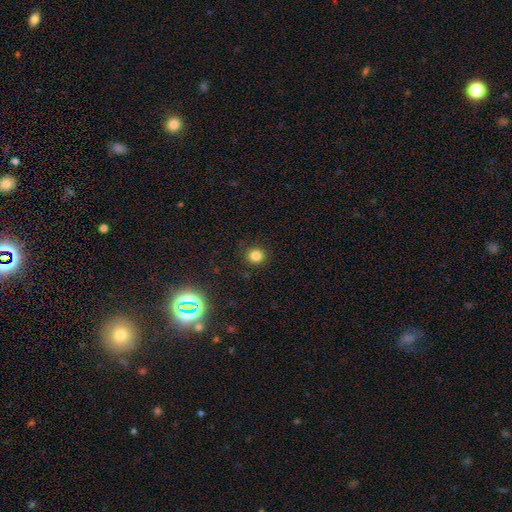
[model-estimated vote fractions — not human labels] Q: Smooth or featured?
A: smooth (81%); runner-up: star or artifact (14%)
Q: How rounded?
A: round (92%); runner-up: in between (7%)
Q: Merging?
A: none (90%); runner-up: minor disturbance (6%)